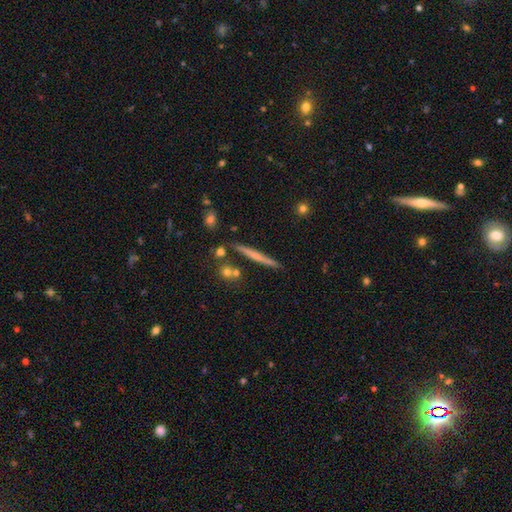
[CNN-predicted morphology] Smooth or featured?
  - featured or disk: 48% *
  - smooth: 45%
  - star or artifact: 7%
Merging?
  - none: 85% *
  - minor disturbance: 9%
  - merger: 4%
  - major disturbance: 2%